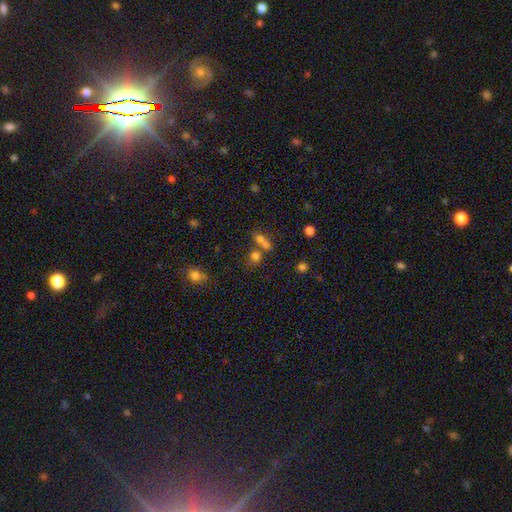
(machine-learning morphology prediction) This appears to be a smooth galaxy with no disk features (65%) that is round (68%). Merging: merger (45%).